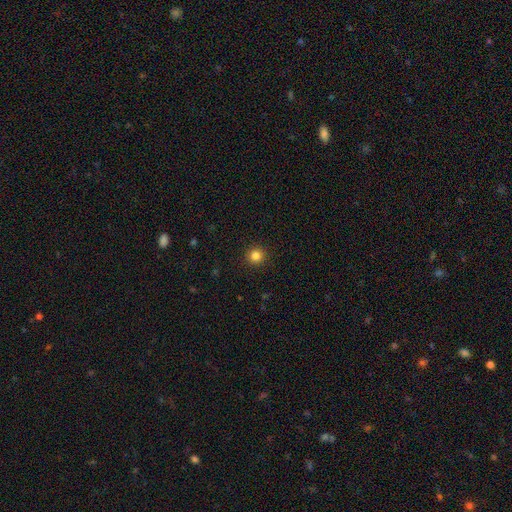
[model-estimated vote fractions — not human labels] Smooth or featured? smooth (83%)
How rounded? round (95%)
Merging? none (92%)